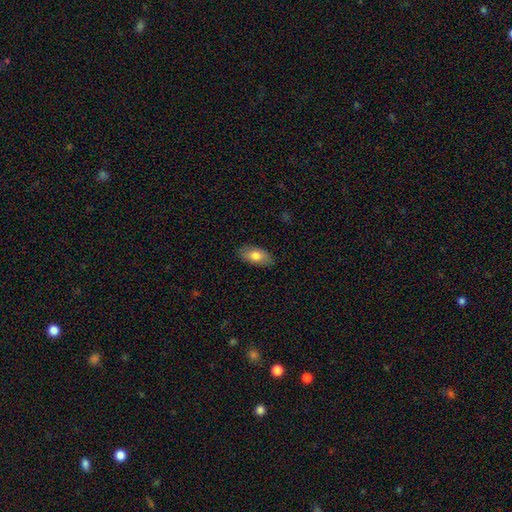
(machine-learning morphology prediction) Smooth or featured? smooth (78%)
How rounded? in between (92%)
Merging? none (85%)